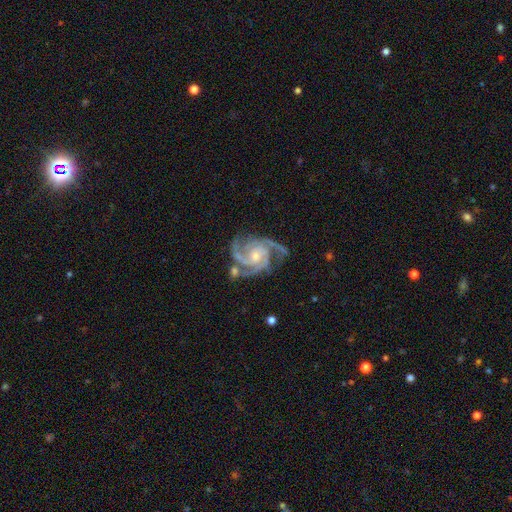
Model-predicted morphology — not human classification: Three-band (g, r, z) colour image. It shows a featured or disk galaxy (93%) with no bar (65%), 3 (66%) tight (48%) spiral arms (99%) and a small central bulge (61%). Merging: none (66%).